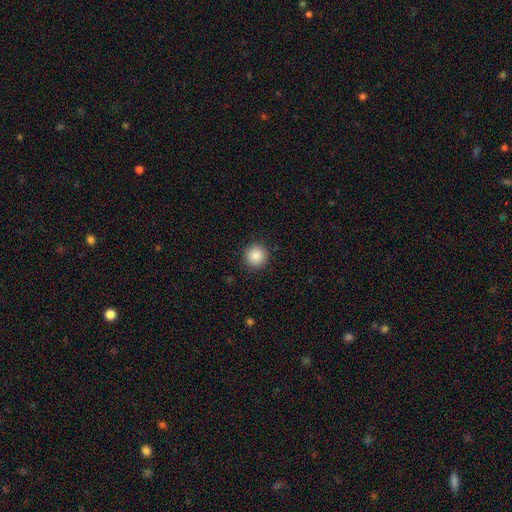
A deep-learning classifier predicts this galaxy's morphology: A smooth galaxy with no disk features (88%) that is round (95%). Merging: none (92%).